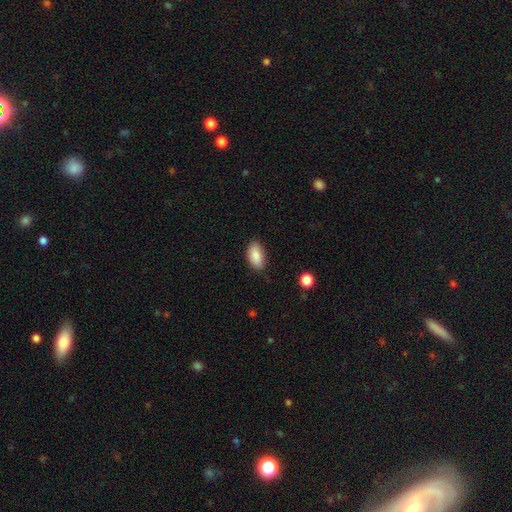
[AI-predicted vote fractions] This is clearly a smooth galaxy (87%). How rounded: clearly in between (93%). Merging: clearly none (84%).